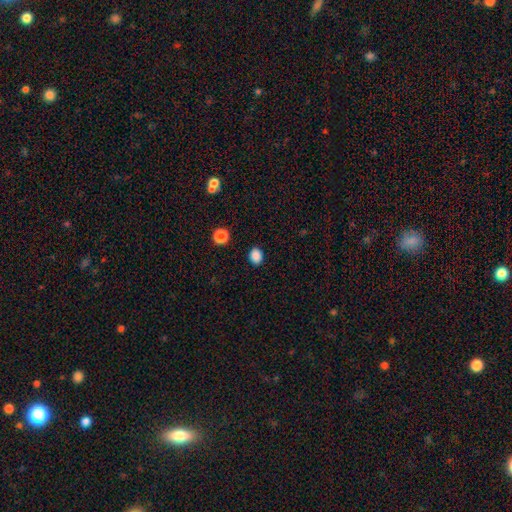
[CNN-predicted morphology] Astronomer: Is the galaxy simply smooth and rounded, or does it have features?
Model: smooth — 87%.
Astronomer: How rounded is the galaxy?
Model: in between — 53% (runner-up: round, 46%).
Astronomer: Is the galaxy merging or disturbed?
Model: none — 89%.